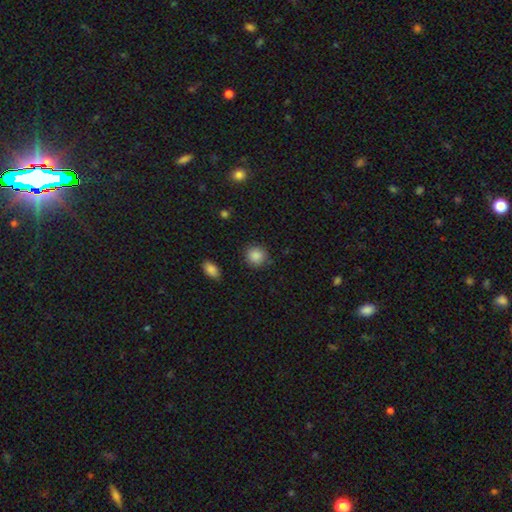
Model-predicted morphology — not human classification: smooth-or-featured: smooth: 87% | star or artifact: 9% | featured or disk: 4%
  how-rounded: round: 89% | in between: 10% | cigar-shaped: 1%
  merging: none: 86% | minor disturbance: 10% | major disturbance: 3% | merger: 2%